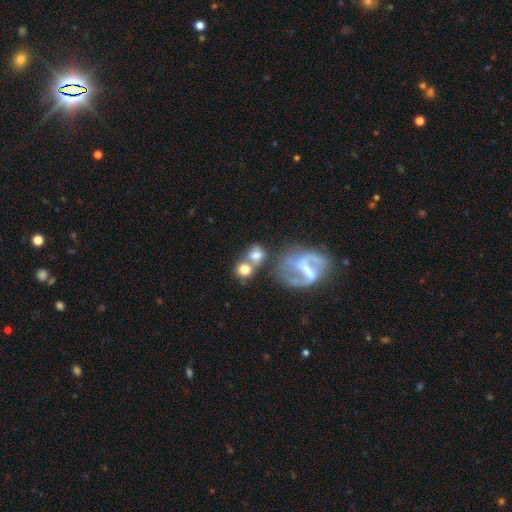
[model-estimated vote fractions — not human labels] Smooth or featured? smooth (58%)
How rounded? round (66%)
Merging? merger (44%)